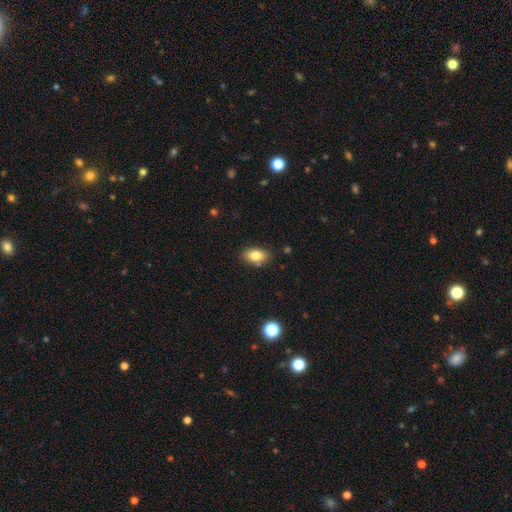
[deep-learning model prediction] This appears to be a smooth galaxy with no disk features (82%) that is in between round and cigar-shaped (89%). Merging: none (82%).